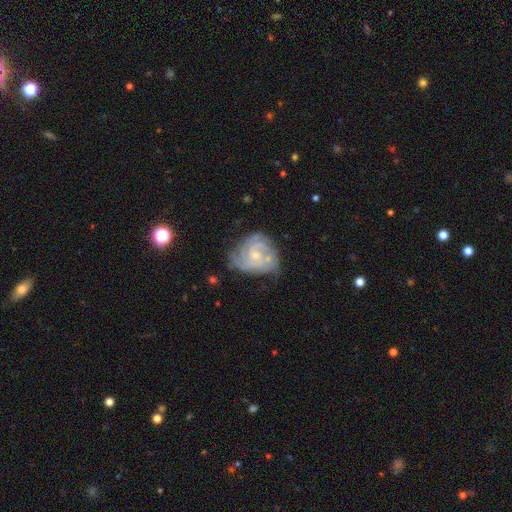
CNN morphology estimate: Overall: featured or disk (85%). Edge-on disk: no (98%). Bar: no (67%; weak 28%). Spiral arms: yes (96%). Spiral arm count: 3 (32%; 2 25%). Spiral winding: tight (69%). Bulge size: small (66%; moderate 28%). Merging: none (60%; minor disturbance 24%).